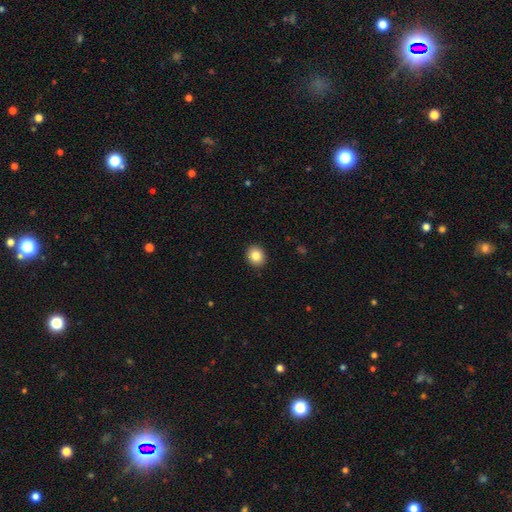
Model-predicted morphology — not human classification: smooth-or-featured: smooth: 84% | star or artifact: 9% | featured or disk: 7%
  how-rounded: round: 76% | in between: 23% | cigar-shaped: 1%
  merging: none: 92% | minor disturbance: 5% | major disturbance: 2% | merger: 1%